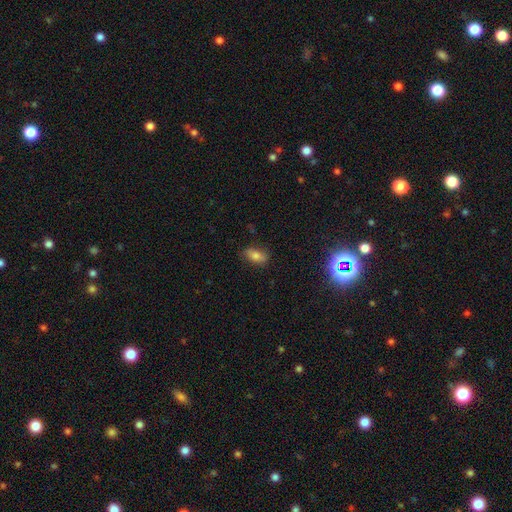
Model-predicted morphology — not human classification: A smooth galaxy with no disk features (76%) that is in between round and cigar-shaped (84%). Merging: none (80%).